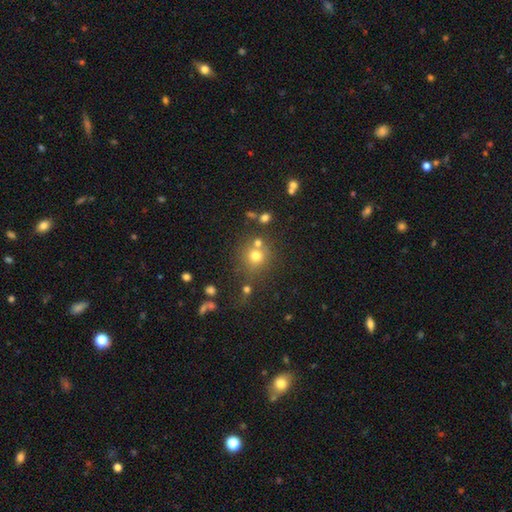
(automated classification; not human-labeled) The model was most divided on "merging": none: 67%, merger: 18%, minor disturbance: 10%, major disturbance: 5%. More confident: how rounded — round (89%); smooth or featured — smooth (71%).